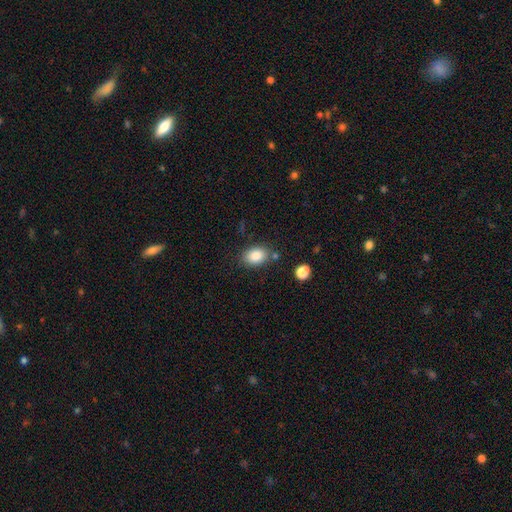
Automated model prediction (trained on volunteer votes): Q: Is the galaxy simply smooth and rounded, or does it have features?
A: smooth — 85%.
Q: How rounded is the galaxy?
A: in between — 79%.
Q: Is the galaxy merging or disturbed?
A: none — 78%.